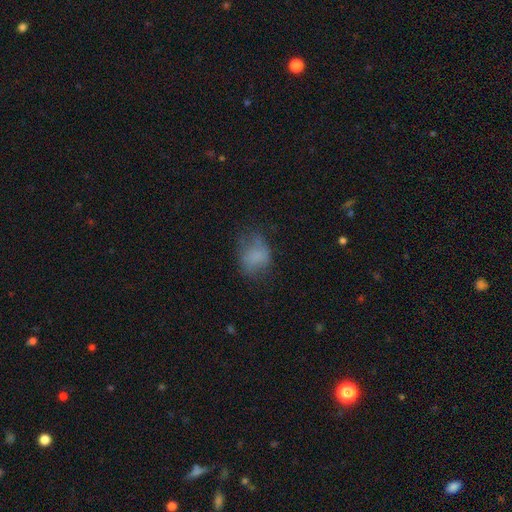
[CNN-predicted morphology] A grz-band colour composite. It shows a smooth galaxy with no disk features (71%) that is in between round and cigar-shaped (62%). Merging: none (52%).